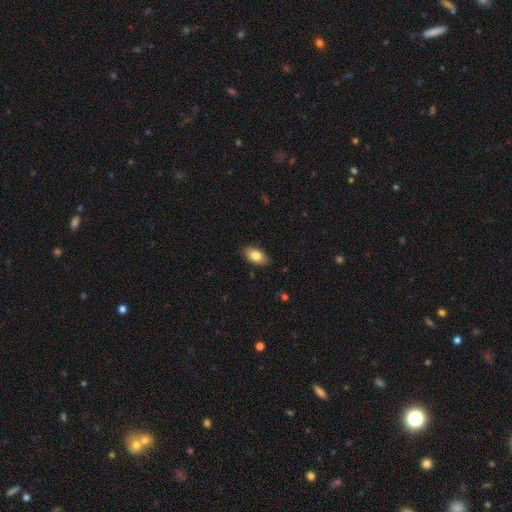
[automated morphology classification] This is clearly a smooth galaxy (82%). How rounded: clearly in between (92%). Merging: clearly none (86%).